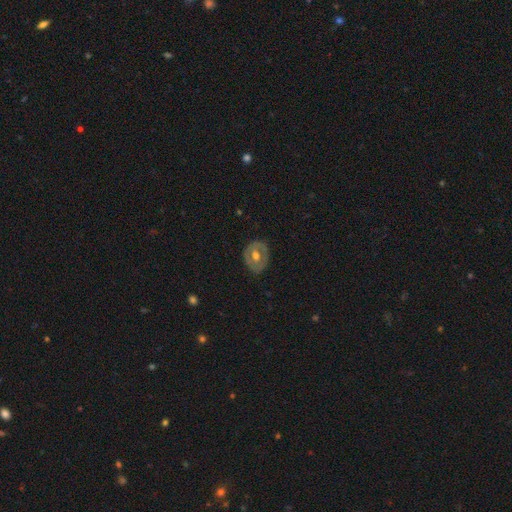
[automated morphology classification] Smooth or featured? Predicted: featured or disk (p=0.58). Edge-on disk? Predicted: no (p=0.95). Bar? Predicted: no (p=0.65). Spiral arms? Predicted: no (p=0.76). Bulge size? Predicted: moderate (p=0.77). Merging? Predicted: none (p=0.79).